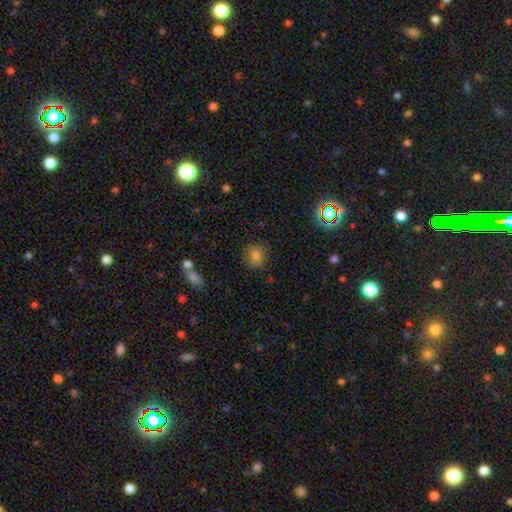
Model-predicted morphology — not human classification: This appears to be a smooth galaxy with no disk features (78%) that is round (79%). Merging: none (82%).